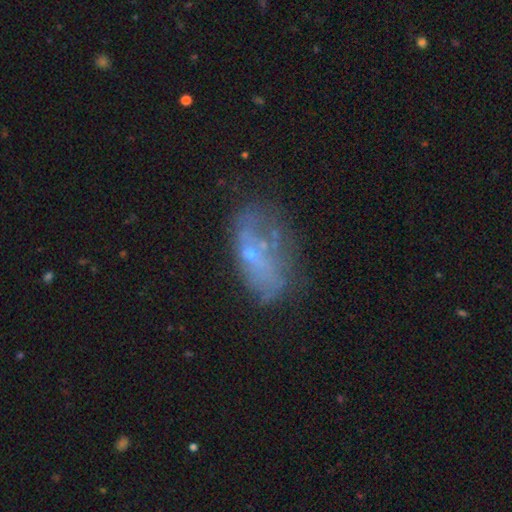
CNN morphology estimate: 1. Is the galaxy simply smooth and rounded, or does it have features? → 50% featured or disk, 34% smooth, 16% star or artifact.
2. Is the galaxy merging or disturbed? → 40% none, 24% major disturbance, 23% minor disturbance, 13% merger.